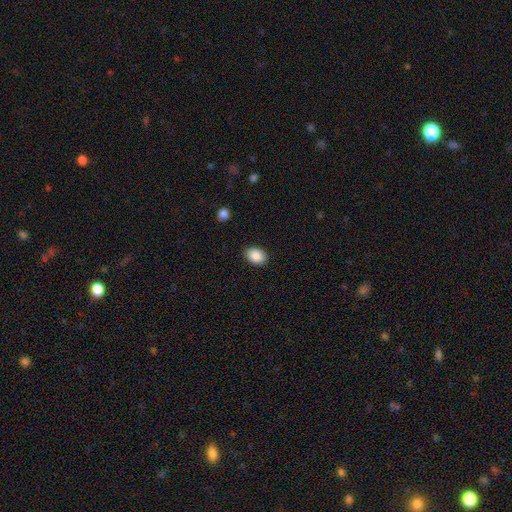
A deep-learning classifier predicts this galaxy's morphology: A smooth galaxy with no disk features (88%) that is in between round and cigar-shaped (73%). Merging: none (89%).